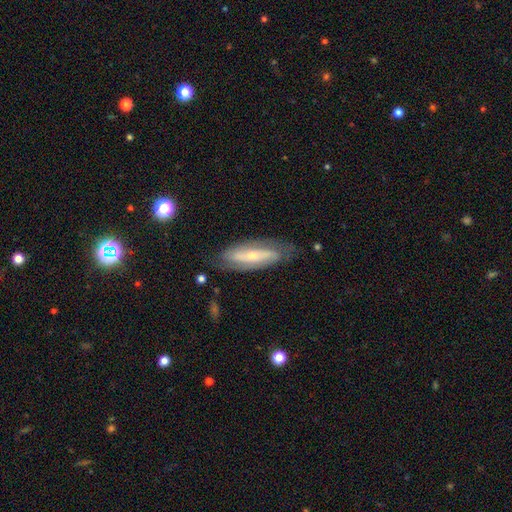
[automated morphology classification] Smooth or featured?
  - featured or disk: 73% *
  - smooth: 20%
  - star or artifact: 7%
Edge-on disk?
  - no: 76% *
  - yes: 24%
Bar?
  - strong: 41% *
  - weak: 31%
  - no: 28%
Spiral arms?
  - yes: 84% *
  - no: 16%
Bulge size?
  - small: 66% *
  - moderate: 29%
  - none: 2%
  - large: 2%
  - dominant: 1%
Merging?
  - none: 80% *
  - minor disturbance: 14%
  - major disturbance: 4%
  - merger: 1%